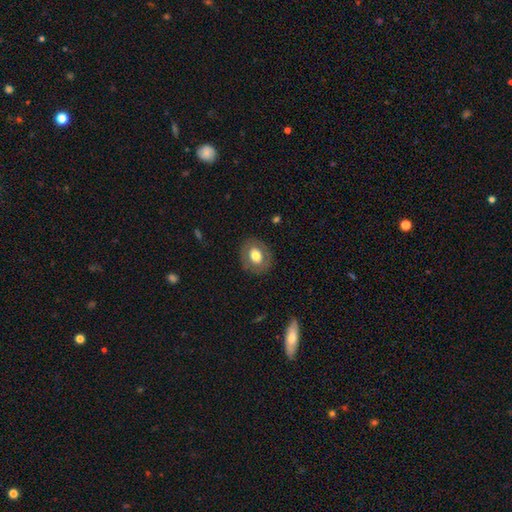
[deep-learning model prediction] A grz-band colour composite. It shows a smooth galaxy with no disk features (64%) that is round (50%). Merging: none (84%).